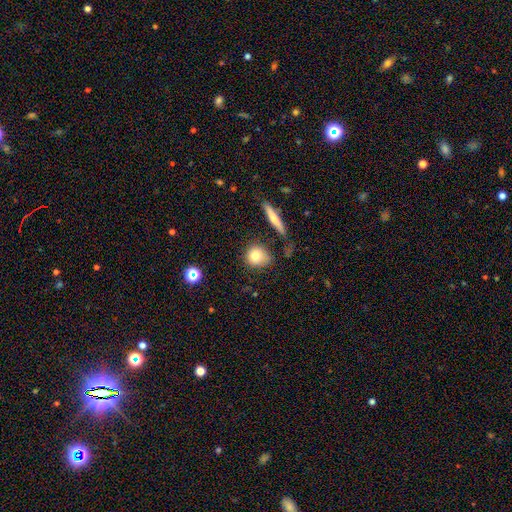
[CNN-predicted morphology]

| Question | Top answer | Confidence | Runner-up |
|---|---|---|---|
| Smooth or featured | smooth | 79% | featured or disk (11%) |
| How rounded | round | 78% | in between (18%) |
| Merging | none | 72% | minor disturbance (17%) |